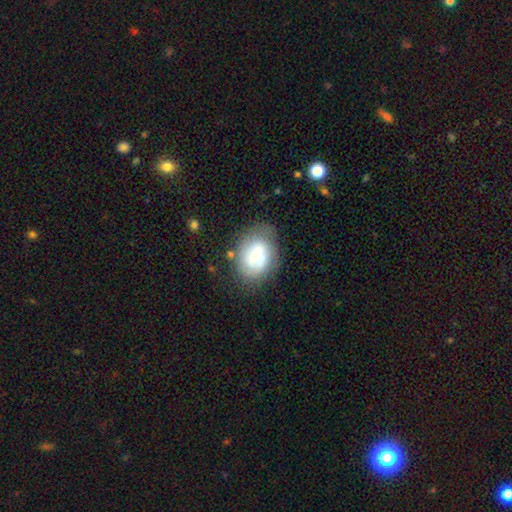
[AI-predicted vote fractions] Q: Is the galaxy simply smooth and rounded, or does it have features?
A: featured or disk — 49%.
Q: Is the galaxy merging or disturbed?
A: none — 65%.